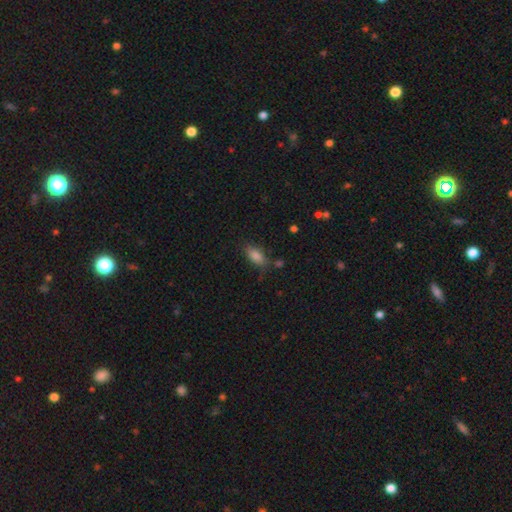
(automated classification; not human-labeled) The model was most divided on "merging": none: 76%, minor disturbance: 15%, merger: 5%, major disturbance: 4%. More confident: smooth or featured — smooth (83%); how rounded — in between (83%).